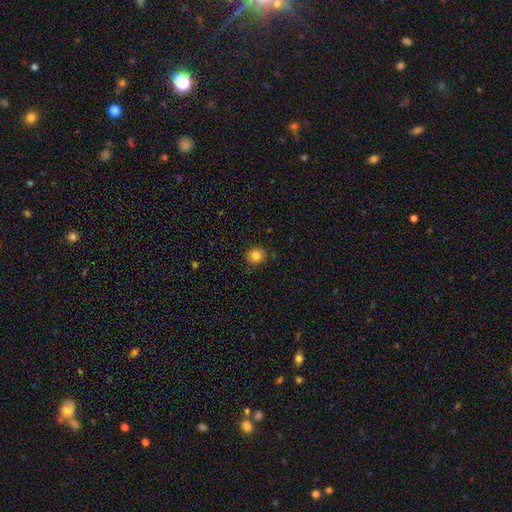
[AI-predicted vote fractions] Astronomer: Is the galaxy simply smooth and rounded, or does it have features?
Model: smooth — 83%.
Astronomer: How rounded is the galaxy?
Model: round — 88%.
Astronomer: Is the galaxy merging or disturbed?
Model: none — 88%.